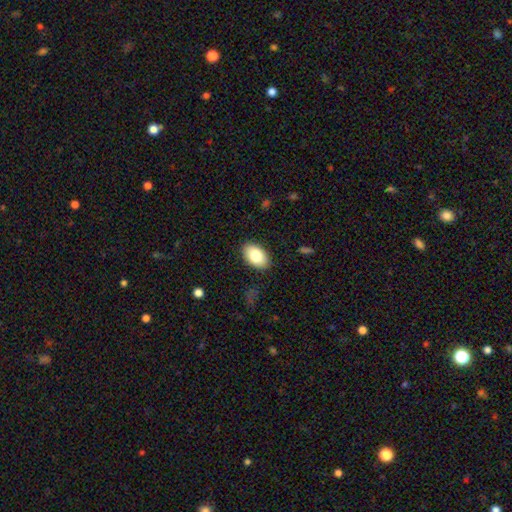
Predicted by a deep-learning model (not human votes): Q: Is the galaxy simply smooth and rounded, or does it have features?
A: smooth — 83%.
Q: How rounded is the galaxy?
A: in between — 92%.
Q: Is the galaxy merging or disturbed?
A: none — 87%.